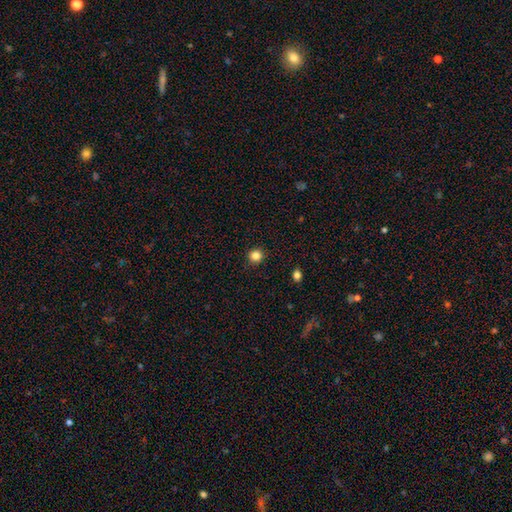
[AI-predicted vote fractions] A smooth galaxy with no disk features (83%) that is round (92%).

Vote fractions:
- Smooth or featured? smooth: 83% / star or artifact: 12% / featured or disk: 4%
- How rounded? round: 92% / in between: 7% / cigar-shaped: 1%
- Merging? none: 91% / minor disturbance: 6% / major disturbance: 2% / merger: 1%